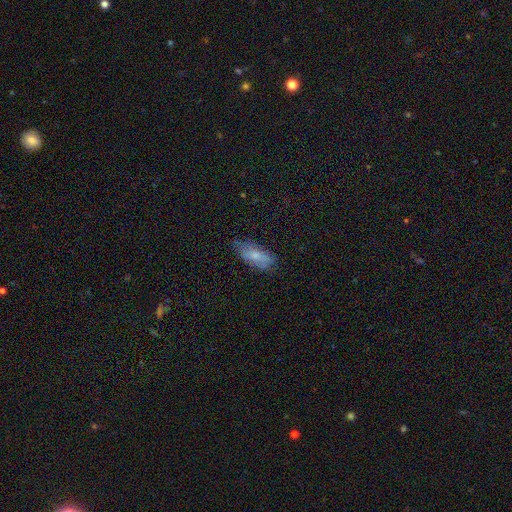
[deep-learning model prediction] smooth 71%, featured or disk 22%, star or artifact 8%. Down the decision tree: how rounded — in between (84%); merging — none (58%).